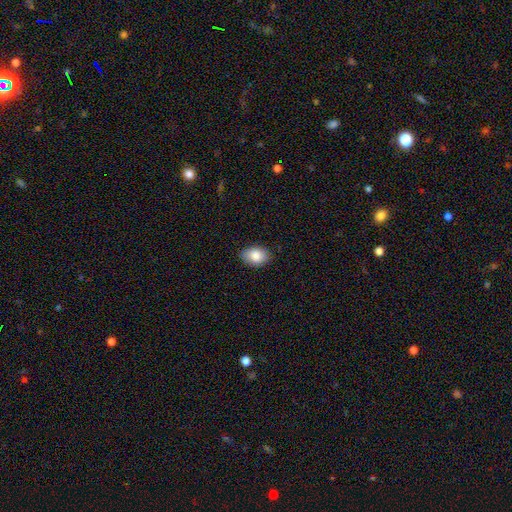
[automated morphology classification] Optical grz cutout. It shows a smooth galaxy with no disk features (86%) that is in between round and cigar-shaped (81%). Merging: none (86%).